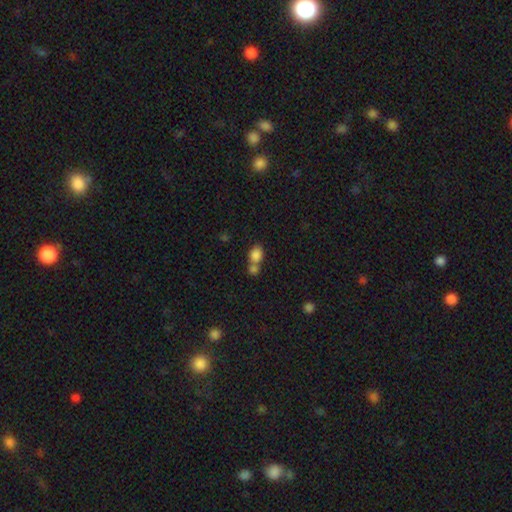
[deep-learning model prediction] Smooth or featured? Predicted: smooth (p=0.83). How rounded? Predicted: in between (p=0.56). Merging? Predicted: merger (p=0.55).